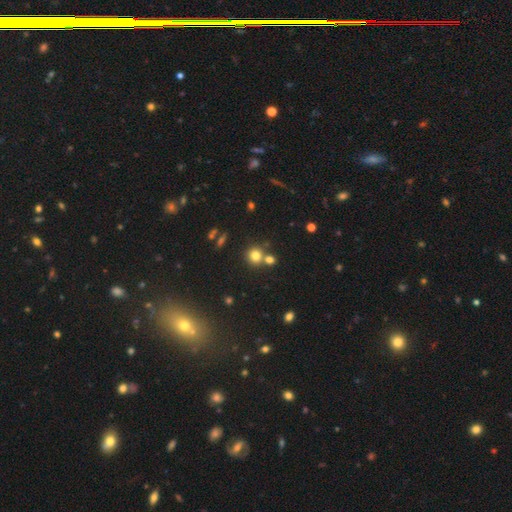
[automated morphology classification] Smooth or featured: smooth — 75% (star or artifact — 16%)
How rounded: round — 89% (in between — 9%)
Merging: none — 65% (merger — 25%)